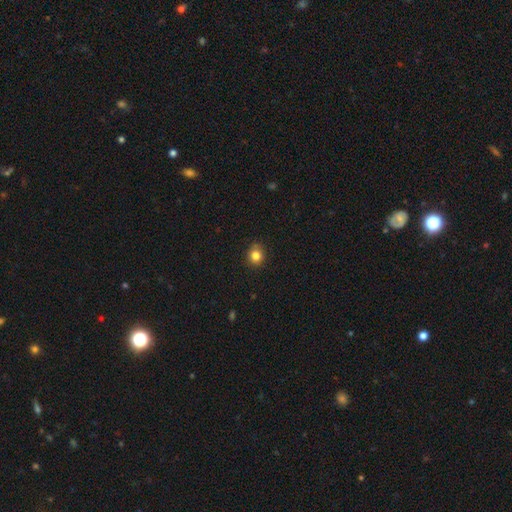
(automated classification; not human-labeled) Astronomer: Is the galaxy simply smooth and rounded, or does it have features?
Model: smooth — 83%.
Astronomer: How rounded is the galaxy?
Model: round — 81%.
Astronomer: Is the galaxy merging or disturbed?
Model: none — 85%.